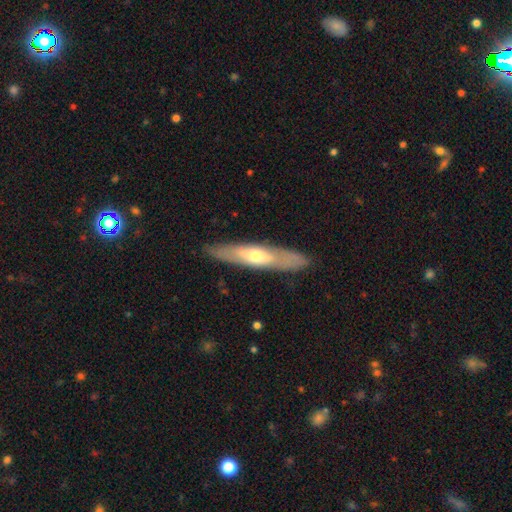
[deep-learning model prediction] Q: Smooth or featured?
A: featured or disk (54%); runner-up: smooth (40%)
Q: Edge-on disk?
A: yes (64%); runner-up: no (36%)
Q: Merging?
A: none (86%); runner-up: minor disturbance (10%)